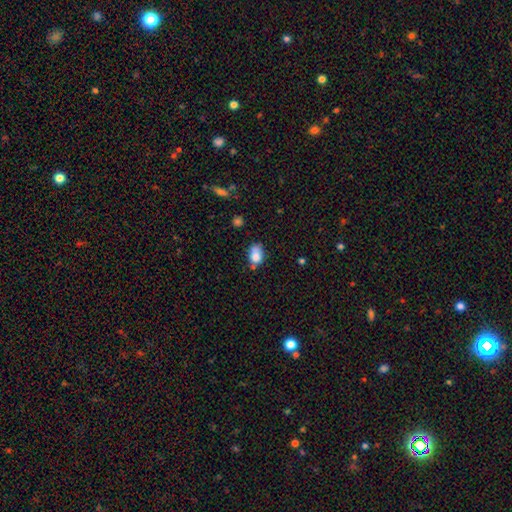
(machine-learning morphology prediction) The model was most divided on "merging": none: 45%, minor disturbance: 32%, merger: 13%, major disturbance: 10%. More confident: smooth or featured — smooth (80%); how rounded — in between (79%).